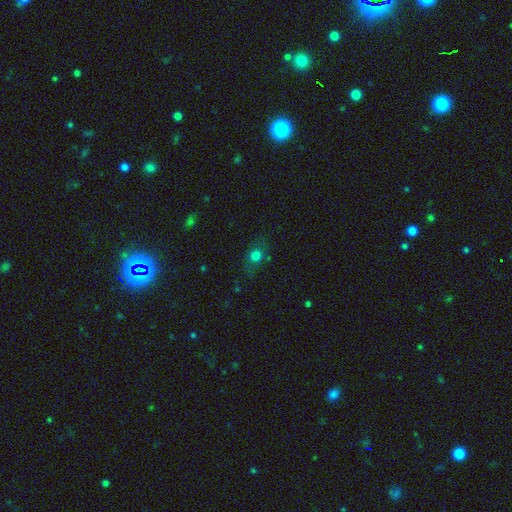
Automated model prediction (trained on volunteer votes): smooth-or-featured: smooth: 70% | star or artifact: 17% | featured or disk: 13%
  how-rounded: round: 55% | in between: 41% | cigar-shaped: 4%
  merging: none: 73% | minor disturbance: 17% | major disturbance: 7% | merger: 3%